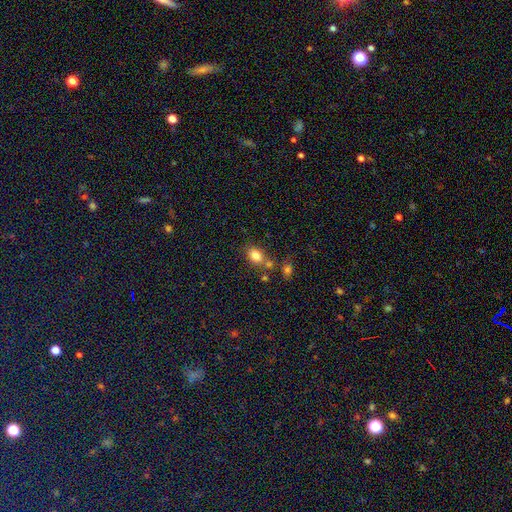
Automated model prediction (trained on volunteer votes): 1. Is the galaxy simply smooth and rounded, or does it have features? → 81% smooth, 10% star or artifact, 8% featured or disk.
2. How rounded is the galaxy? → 70% in between, 28% round, 1% cigar-shaped.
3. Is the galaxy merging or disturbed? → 61% none, 21% merger, 14% minor disturbance, 4% major disturbance.